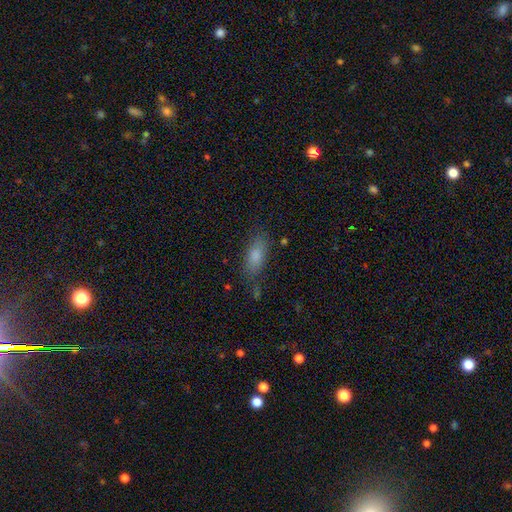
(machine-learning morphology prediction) A smooth galaxy with no disk features (80%) that is in between round and cigar-shaped (78%).

Vote fractions:
- Smooth or featured? smooth: 80% / featured or disk: 11% / star or artifact: 9%
- How rounded? in between: 78% / cigar-shaped: 19% / round: 3%
- Merging? none: 74% / minor disturbance: 17% / major disturbance: 5% / merger: 4%